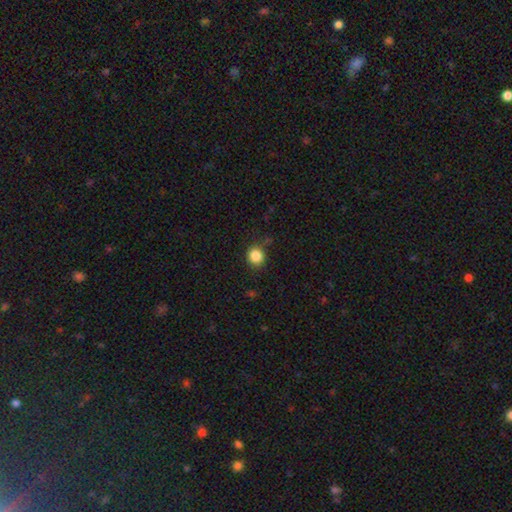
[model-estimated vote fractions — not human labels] smooth-or-featured: smooth: 85% | star or artifact: 11% | featured or disk: 4%
  how-rounded: round: 88% | in between: 11% | cigar-shaped: 1%
  merging: none: 82% | minor disturbance: 13% | major disturbance: 3% | merger: 2%